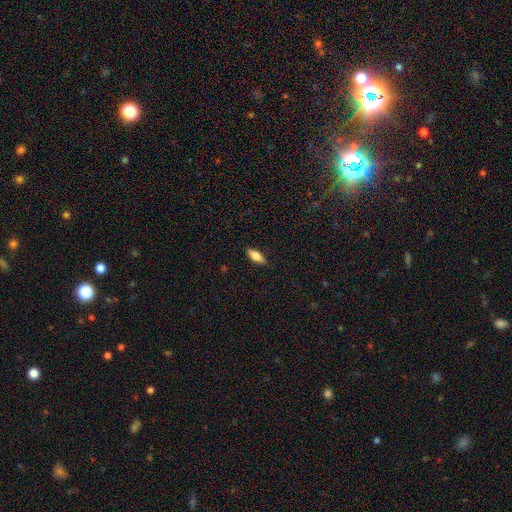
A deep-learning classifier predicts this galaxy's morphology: type=smooth (75%); roundness=in between (71%); merging=none (88%).